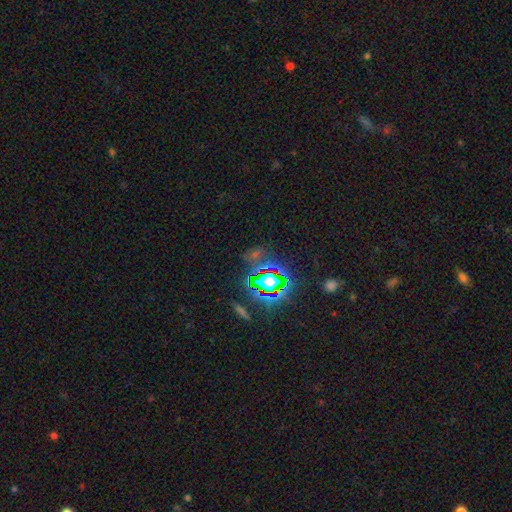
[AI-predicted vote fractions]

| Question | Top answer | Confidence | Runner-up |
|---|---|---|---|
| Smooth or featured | star or artifact | 73% | smooth (17%) |